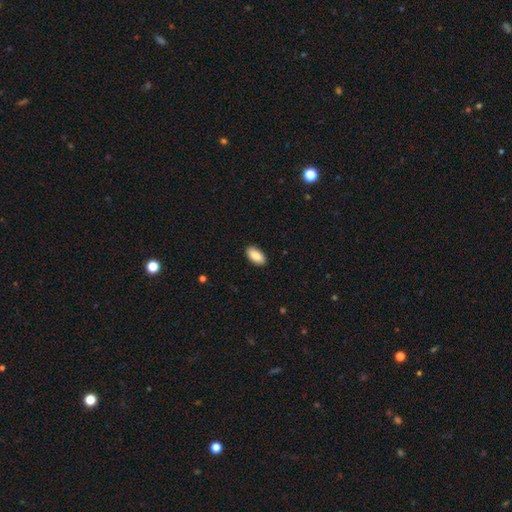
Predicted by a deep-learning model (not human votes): The model was most divided on "merging": none: 89%, minor disturbance: 8%, major disturbance: 2%, merger: 1%. More confident: how rounded — in between (93%); smooth or featured — smooth (87%).